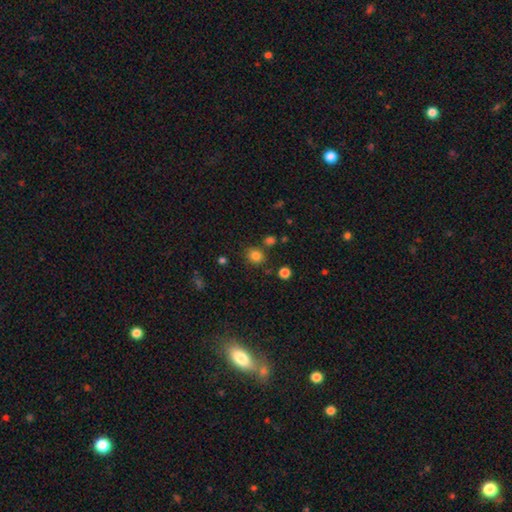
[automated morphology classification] Smooth or featured? smooth (82%)
How rounded? round (77%)
Merging? none (78%)